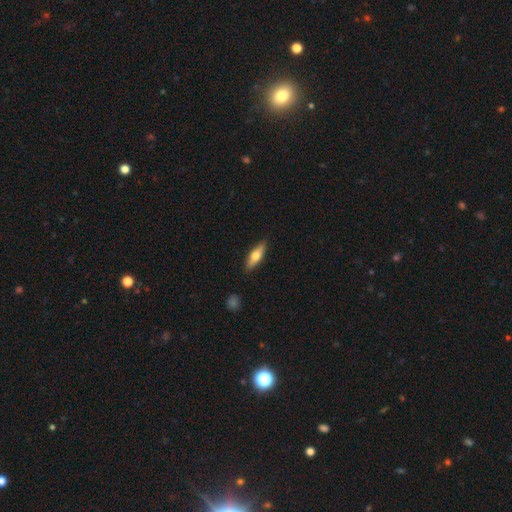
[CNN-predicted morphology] smooth 55%, featured or disk 40%, star or artifact 6%. Down the decision tree: how rounded — cigar-shaped (53%); merging — none (88%).